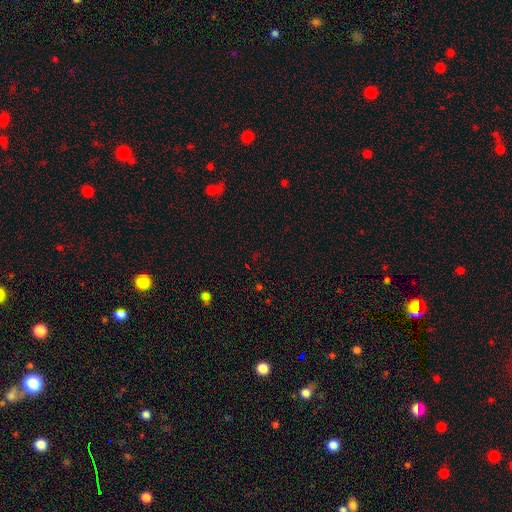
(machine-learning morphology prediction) Smooth or featured? star or artifact (65%)